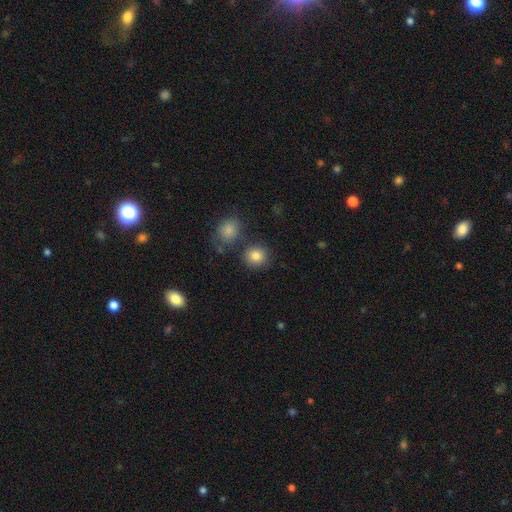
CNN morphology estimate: Overall: smooth (84%). How rounded: round (87%). Merging: none (76%).